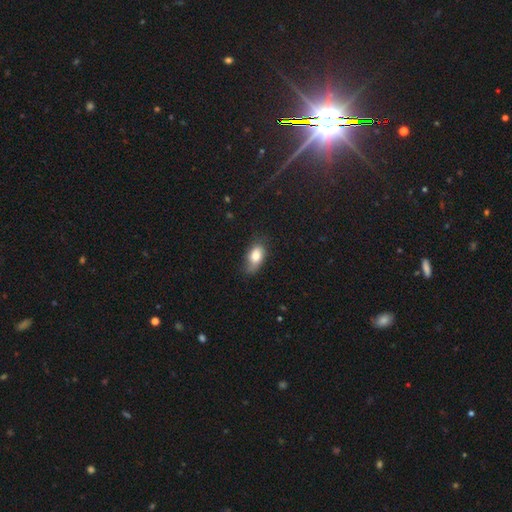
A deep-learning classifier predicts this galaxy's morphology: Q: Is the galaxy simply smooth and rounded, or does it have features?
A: smooth — 79%.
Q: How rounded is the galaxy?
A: in between — 90%.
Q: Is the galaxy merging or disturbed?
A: none — 53%.